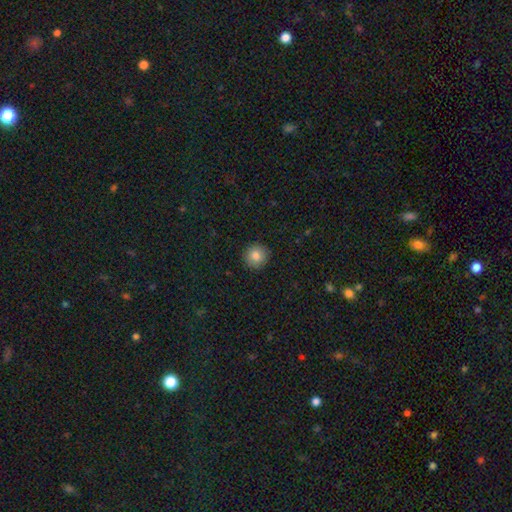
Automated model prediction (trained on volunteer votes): A smooth galaxy with no disk features (84%) that is round (94%). Merging: none (92%).